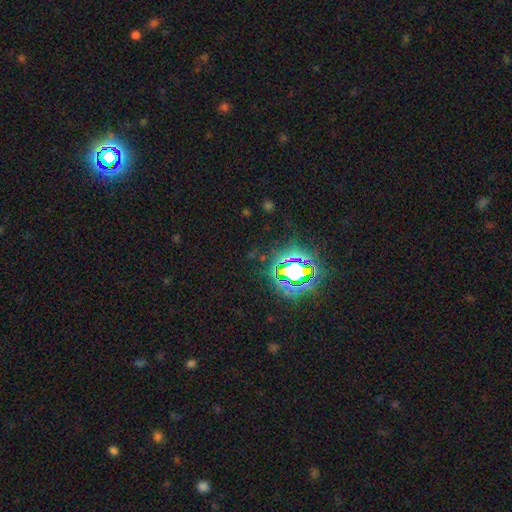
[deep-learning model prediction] This appears to be a star or artifact, not a galaxy (78%).